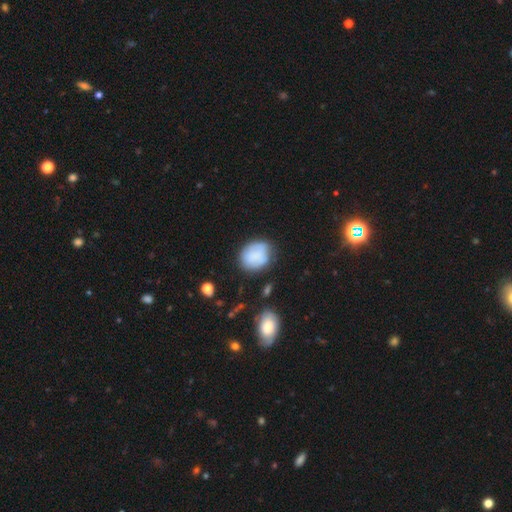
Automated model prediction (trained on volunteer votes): Overall: smooth (78%). How rounded: round (61%; in between 38%). Merging: none (63%; minor disturbance 25%).